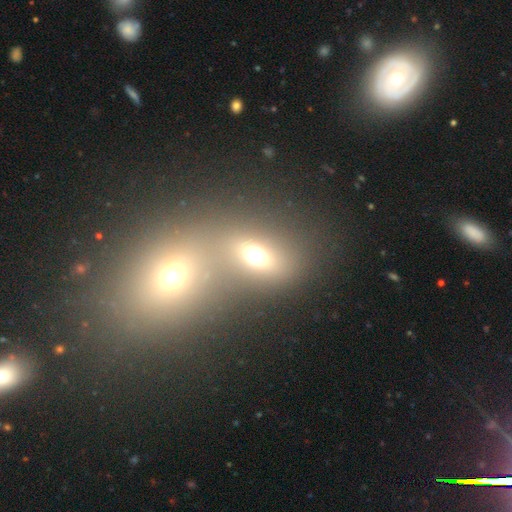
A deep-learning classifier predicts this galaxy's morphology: The model was most divided on "merging": none: 50%, merger: 33%, minor disturbance: 10%, major disturbance: 7%. More confident: smooth or featured — smooth (61%); how rounded — in between (58%).